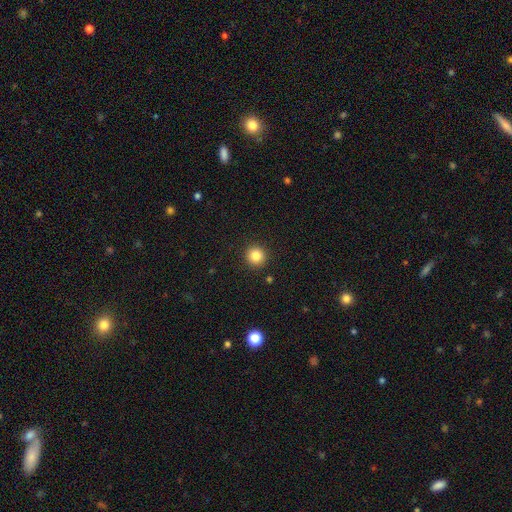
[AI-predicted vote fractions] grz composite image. It shows a smooth galaxy with no disk features (85%) that is round (95%). Merging: none (93%).